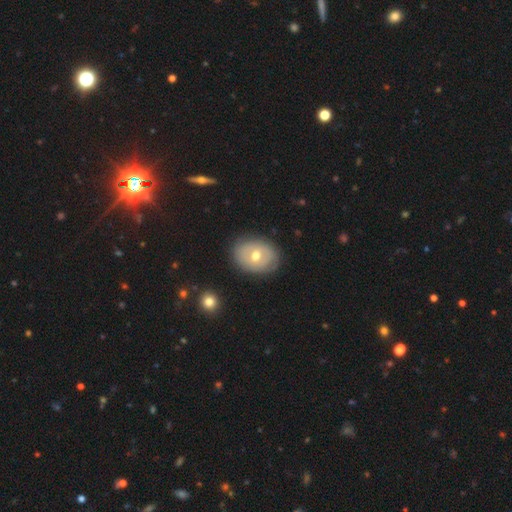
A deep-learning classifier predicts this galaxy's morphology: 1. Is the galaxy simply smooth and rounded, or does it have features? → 48% smooth, 45% featured or disk, 7% star or artifact.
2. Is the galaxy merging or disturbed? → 81% none, 14% minor disturbance, 4% major disturbance, 1% merger.